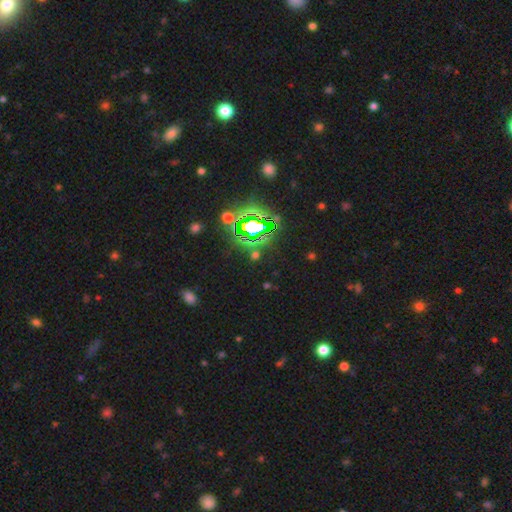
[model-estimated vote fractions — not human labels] smooth_or_featured: star or artifact (p=0.79) [alt: smooth p=0.13]